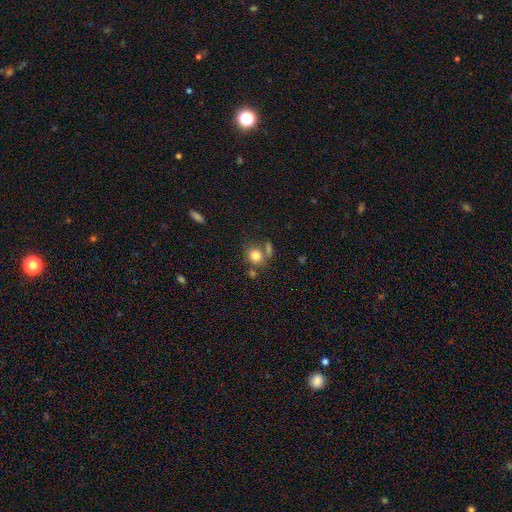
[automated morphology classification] smooth_or_featured: smooth (p=0.80) [alt: star or artifact p=0.11]
how_rounded: round (p=0.73) [alt: in between p=0.26]
merging: none (p=0.59) [alt: merger p=0.21]